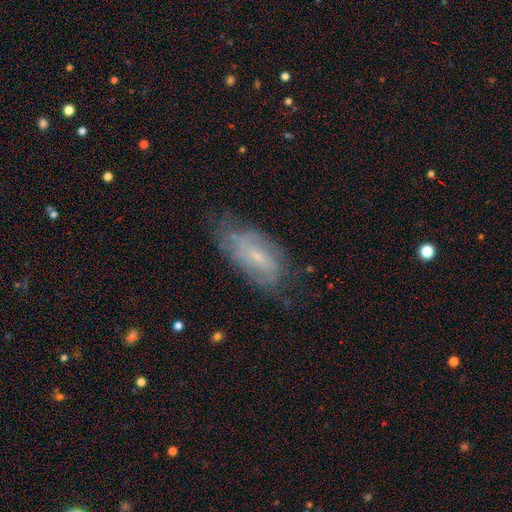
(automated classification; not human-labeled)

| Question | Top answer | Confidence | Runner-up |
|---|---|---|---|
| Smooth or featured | featured or disk | 60% | smooth (31%) |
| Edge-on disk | no | 91% | yes (9%) |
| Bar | no | 45% | weak (44%) |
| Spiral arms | yes | 74% | no (26%) |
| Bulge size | small | 70% | moderate (19%) |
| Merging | none | 58% | minor disturbance (28%) |